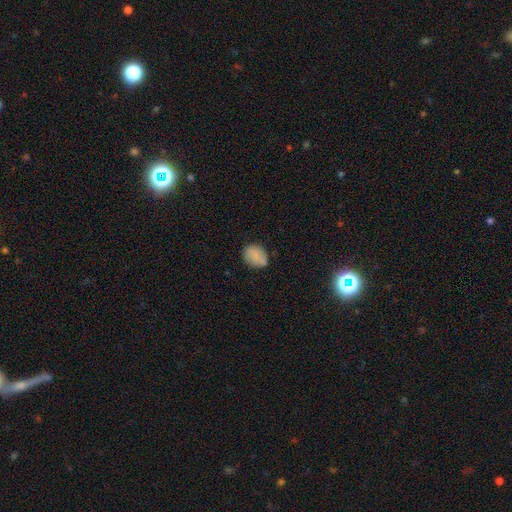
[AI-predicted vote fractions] Smooth or featured? smooth (82%)
How rounded? in between (63%)
Merging? none (81%)